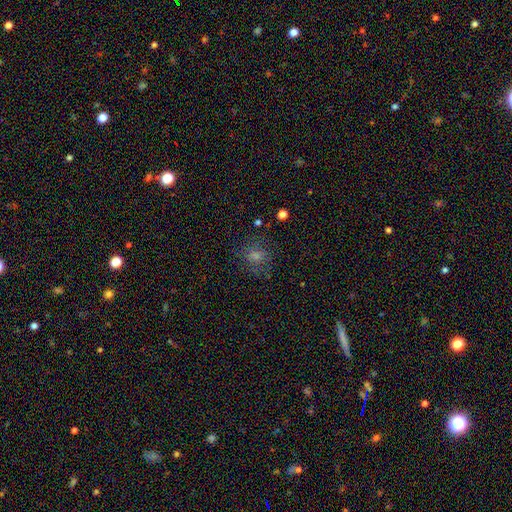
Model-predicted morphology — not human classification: smooth_or_featured: smooth (p=0.66) [alt: star or artifact p=0.19]
how_rounded: round (p=0.65) [alt: in between p=0.33]
merging: none (p=0.69) [alt: minor disturbance p=0.17]